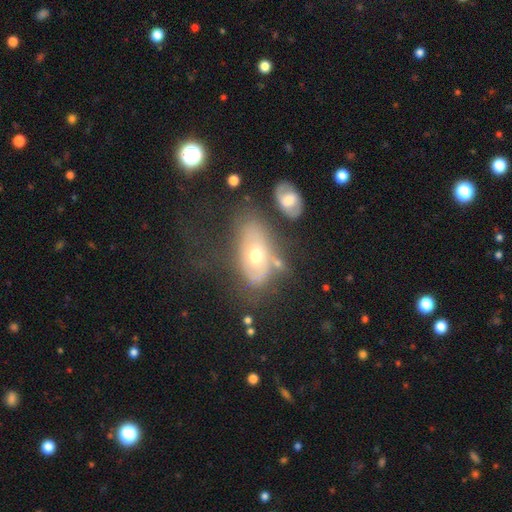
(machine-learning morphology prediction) This is possibly a featured or disk galaxy (54%). It is clearly not viewed edge-on (89%). Merging: marginally none (41%).